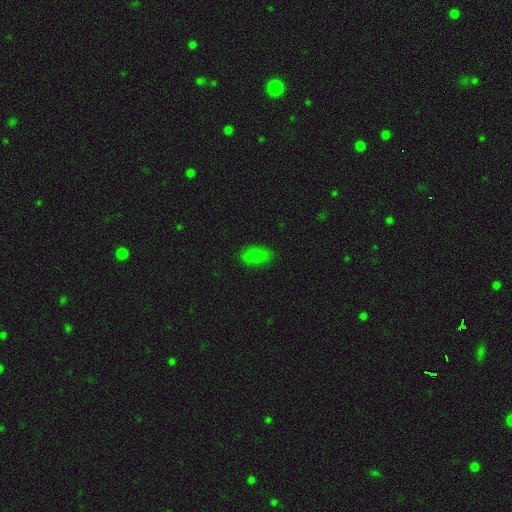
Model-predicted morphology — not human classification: smooth-or-featured: smooth: 81% | star or artifact: 14% | featured or disk: 6%
  how-rounded: in between: 92% | round: 5% | cigar-shaped: 3%
  merging: none: 79% | minor disturbance: 16% | major disturbance: 4% | merger: 1%